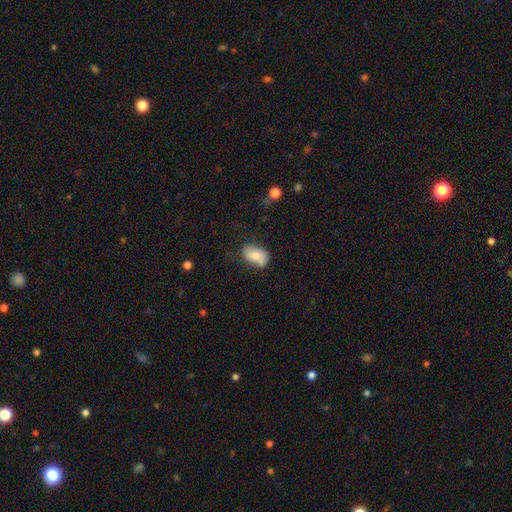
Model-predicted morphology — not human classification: type=smooth (76%); roundness=in between (88%); merging=none (58%).